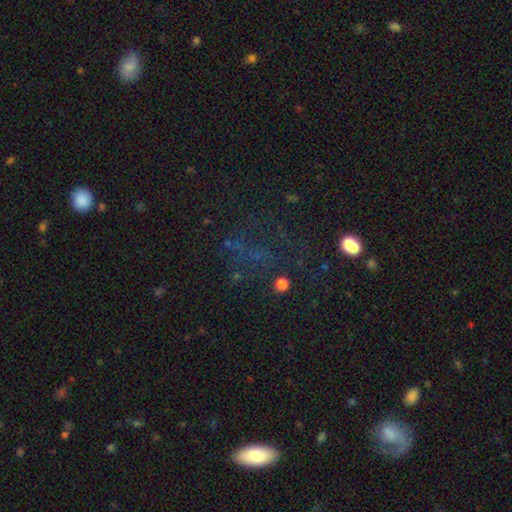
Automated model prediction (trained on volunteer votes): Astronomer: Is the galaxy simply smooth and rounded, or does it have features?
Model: star or artifact — 53%.